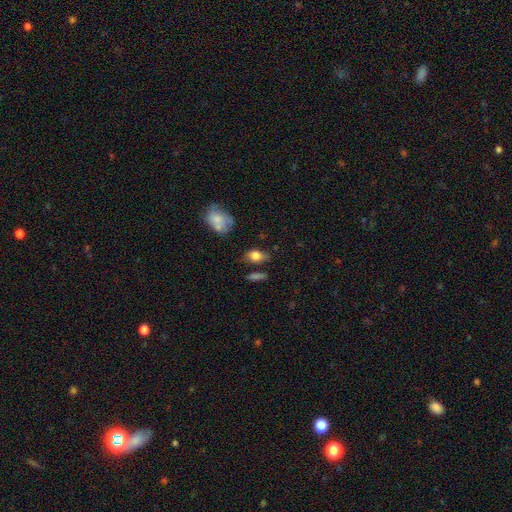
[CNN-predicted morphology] Smooth or featured? smooth (77%)
How rounded? in between (82%)
Merging? none (67%)